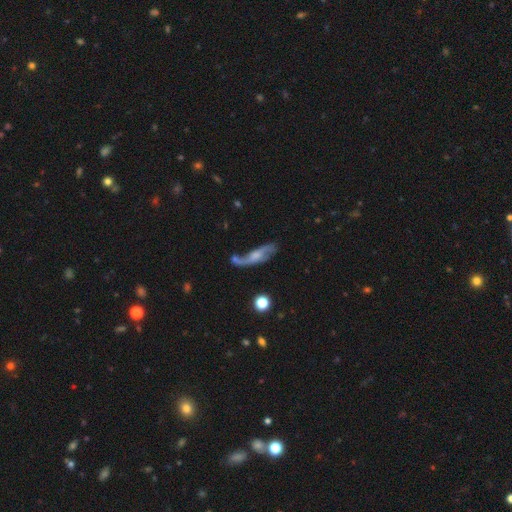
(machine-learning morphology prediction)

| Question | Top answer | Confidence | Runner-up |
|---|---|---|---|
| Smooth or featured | featured or disk | 74% | smooth (19%) |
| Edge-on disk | no | 82% | yes (18%) |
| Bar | no | 54% | weak (36%) |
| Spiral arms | yes | 90% | no (10%) |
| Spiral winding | loose | 79% | medium (16%) |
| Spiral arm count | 2 | 87% | 1 (6%) |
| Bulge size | small | 36% | moderate (35%) |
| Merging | none | 47% | minor disturbance (22%) |